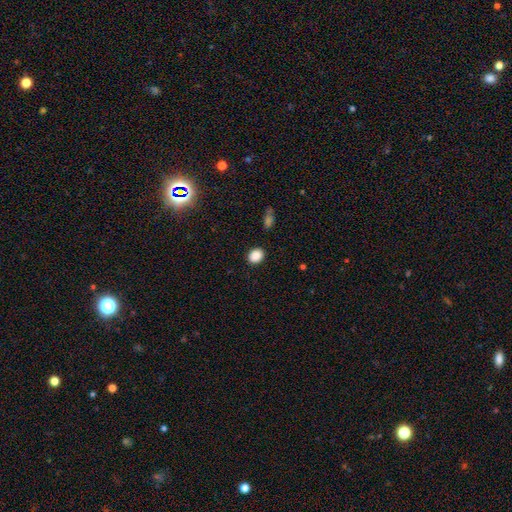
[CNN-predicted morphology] type=smooth (88%); roundness=round (50%); merging=none (88%).